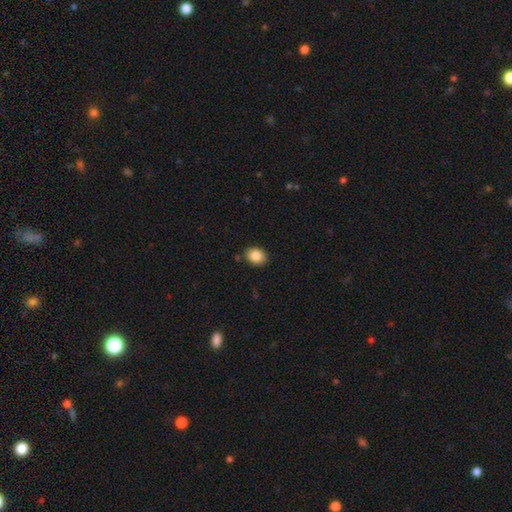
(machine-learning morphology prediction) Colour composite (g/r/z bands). It shows a smooth galaxy with no disk features (86%) that is in between round and cigar-shaped (61%). Merging: none (87%).